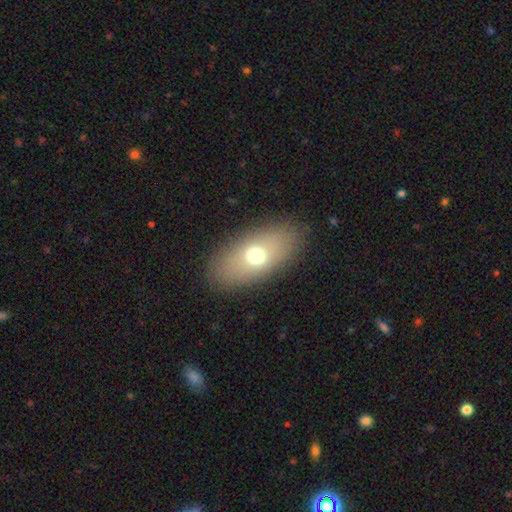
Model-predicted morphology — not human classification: smooth-or-featured: smooth: 65% | featured or disk: 24% | star or artifact: 11%
  how-rounded: in between: 86% | round: 9% | cigar-shaped: 5%
  merging: none: 86% | minor disturbance: 9% | major disturbance: 4% | merger: 1%